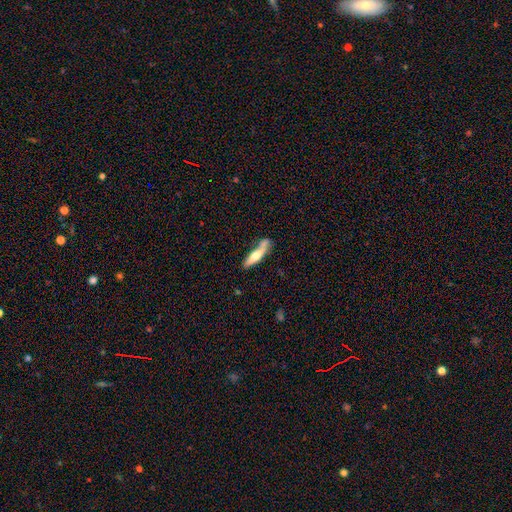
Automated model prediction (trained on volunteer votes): The model was most divided on "smooth or featured": smooth: 55%, featured or disk: 40%, star or artifact: 5%. More confident: how rounded — cigar-shaped (78%); merging — none (58%).